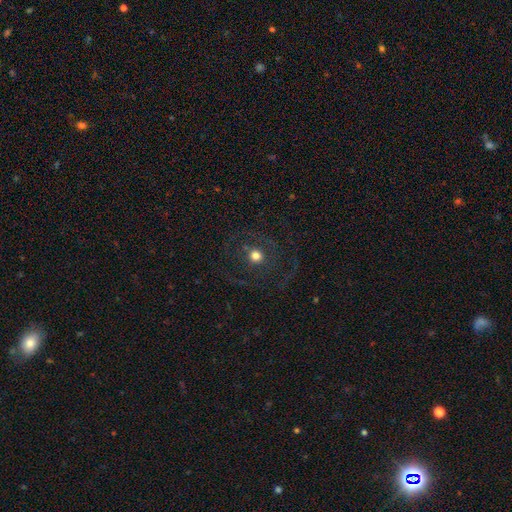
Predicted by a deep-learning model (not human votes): This is possibly a smooth galaxy (48%). Merging: likely none (76%).